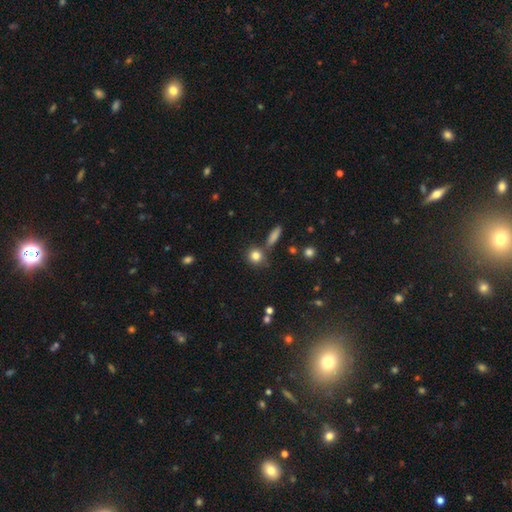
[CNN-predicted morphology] Overall: smooth (82%). How rounded: round (83%). Merging: none (74%).